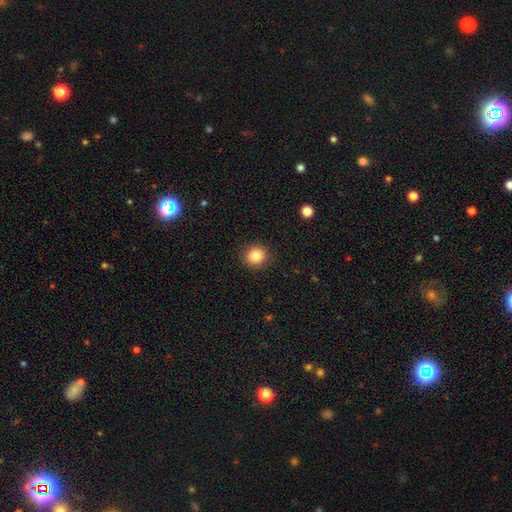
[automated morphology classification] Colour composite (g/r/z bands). It shows a smooth galaxy with no disk features (83%) that is round (87%). Merging: none (90%).